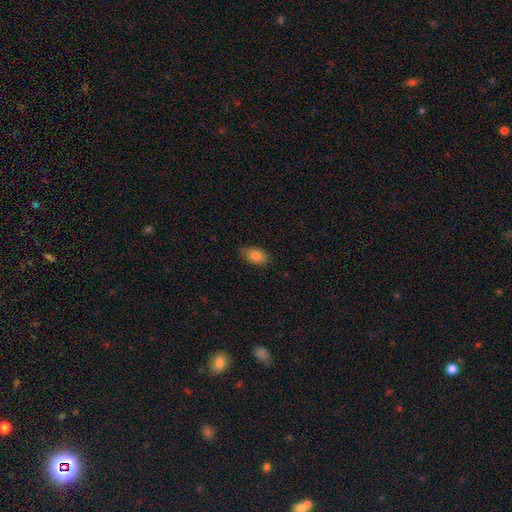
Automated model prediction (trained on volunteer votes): smooth_or_featured: smooth (p=0.84) [alt: star or artifact p=0.08]
how_rounded: in between (p=0.89) [alt: round p=0.09]
merging: none (p=0.79) [alt: minor disturbance p=0.17]